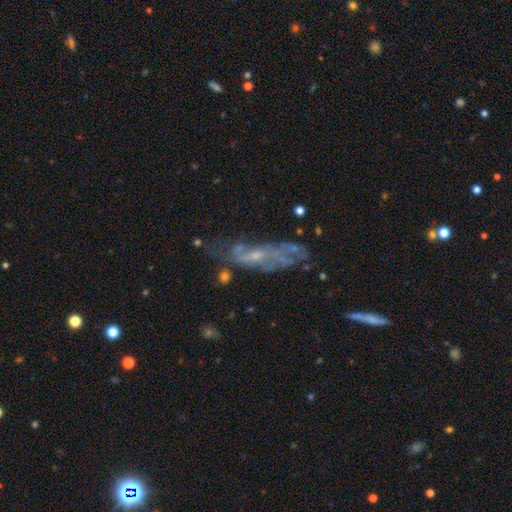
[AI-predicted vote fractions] smooth_or_featured: featured or disk (p=0.66) [alt: smooth p=0.22]
disk_edge_on: no (p=0.81) [alt: yes p=0.19]
bar: no (p=0.67) [alt: weak p=0.27]
has_spiral_arms: yes (p=0.56) [alt: no p=0.44]
bulge_size: small (p=0.58) [alt: moderate p=0.22]
merging: none (p=0.44) [alt: major disturbance p=0.24]